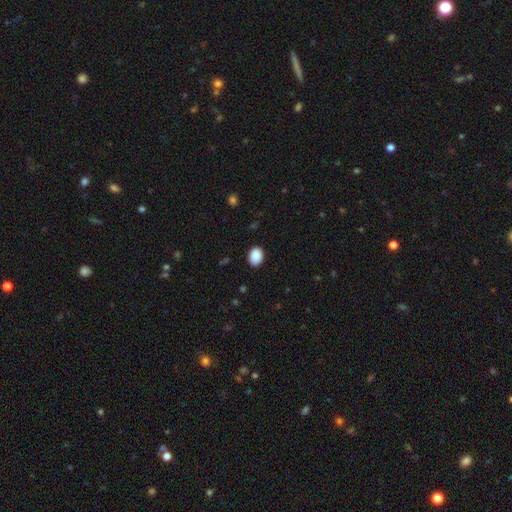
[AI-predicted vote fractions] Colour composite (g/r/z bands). It shows a smooth galaxy with no disk features (90%) that is in between round and cigar-shaped (64%). Merging: none (89%).